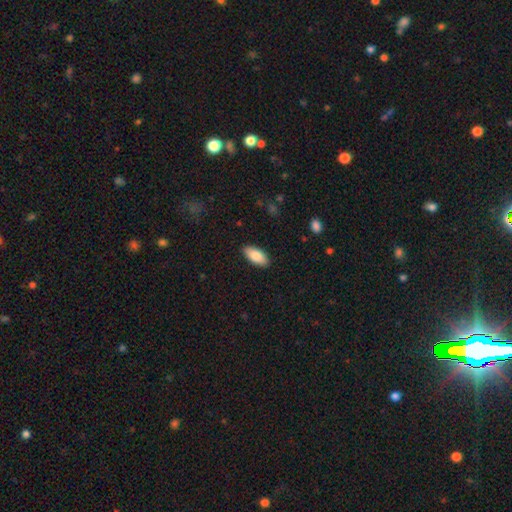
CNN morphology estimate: smooth 85%, featured or disk 9%, star or artifact 6%. Down the decision tree: how rounded — in between (90%); merging — none (89%).